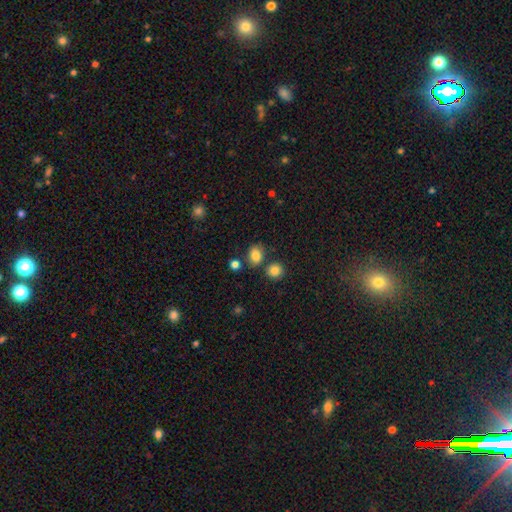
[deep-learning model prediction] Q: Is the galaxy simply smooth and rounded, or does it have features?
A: smooth — 82%.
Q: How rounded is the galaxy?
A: in between — 50%.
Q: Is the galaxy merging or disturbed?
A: none — 73%.